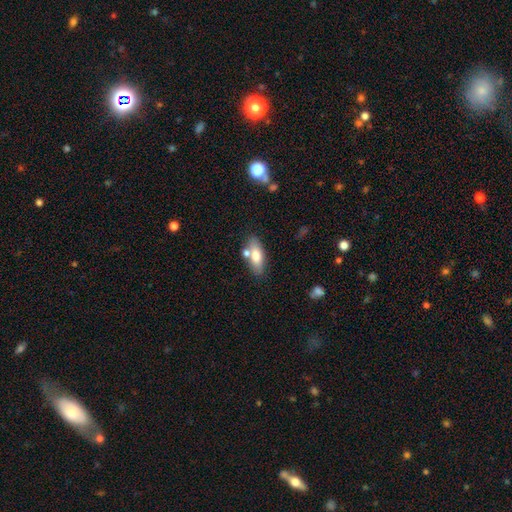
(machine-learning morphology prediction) smooth 72%, featured or disk 21%, star or artifact 7%. Down the decision tree: how rounded — in between (78%); merging — none (68%).